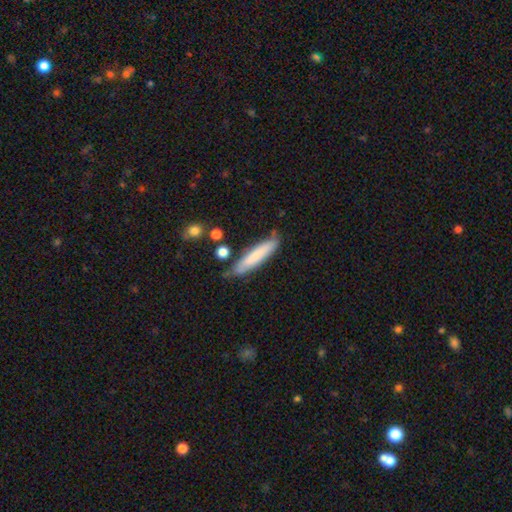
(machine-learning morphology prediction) smooth 73%, featured or disk 21%, star or artifact 6%. Down the decision tree: how rounded — cigar-shaped (85%); merging — none (74%).